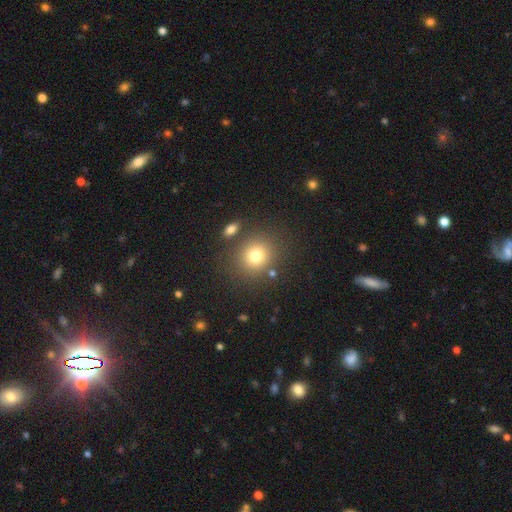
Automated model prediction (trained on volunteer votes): smooth-or-featured: smooth: 76% | star or artifact: 14% | featured or disk: 10%
  how-rounded: round: 84% | in between: 15% | cigar-shaped: 1%
  merging: none: 80% | minor disturbance: 9% | merger: 7% | major disturbance: 4%